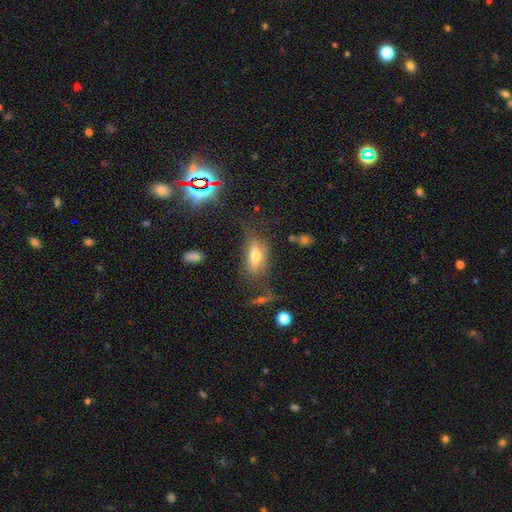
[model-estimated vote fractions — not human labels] smooth 55%, featured or disk 32%, star or artifact 13%. Down the decision tree: how rounded — in between (74%); merging — none (61%).